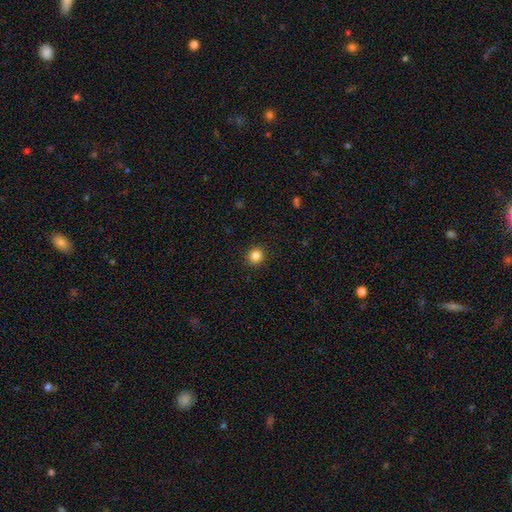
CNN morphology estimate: Smooth or featured? Predicted: smooth (p=0.85). How rounded? Predicted: round (p=0.91). Merging? Predicted: none (p=0.92).